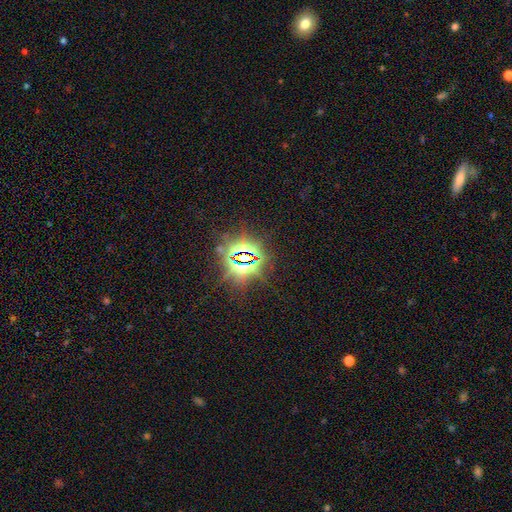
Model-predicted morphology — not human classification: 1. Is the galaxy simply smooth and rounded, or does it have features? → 83% star or artifact, 9% smooth, 8% featured or disk.